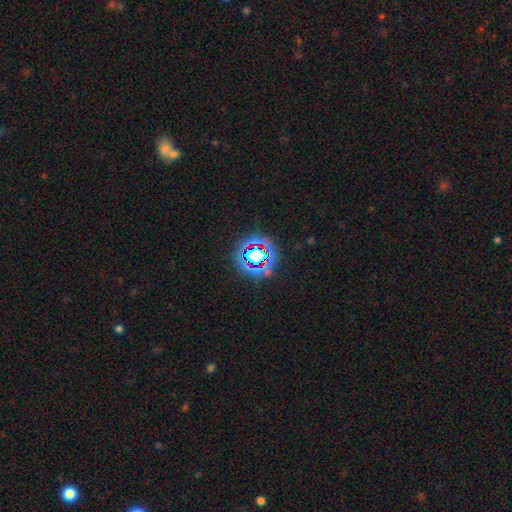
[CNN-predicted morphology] This is possibly a star or artifact rather than a galaxy (60%).